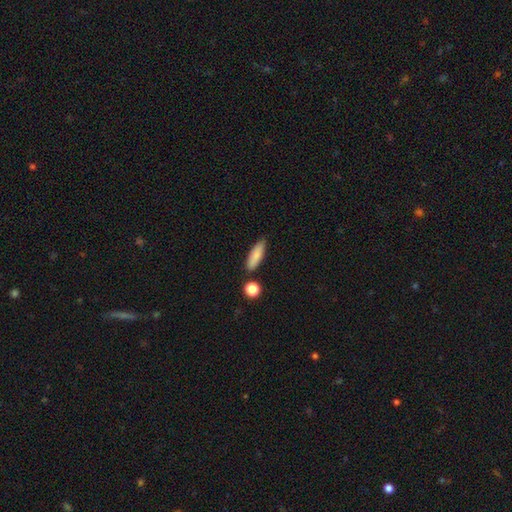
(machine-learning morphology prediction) smooth_or_featured: smooth (p=0.83) [alt: featured or disk p=0.10]
how_rounded: in between (p=0.51) [alt: cigar-shaped p=0.47]
merging: none (p=0.78) [alt: minor disturbance p=0.14]